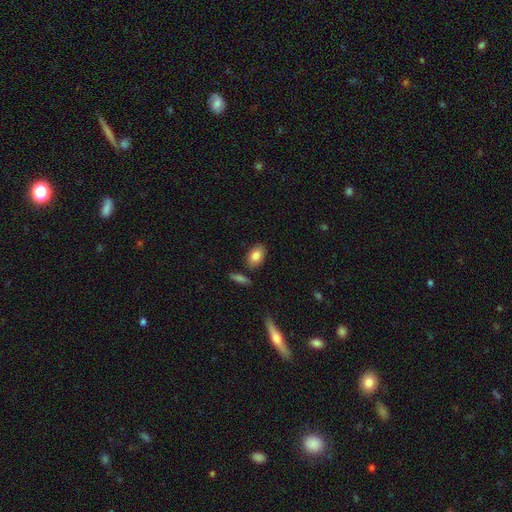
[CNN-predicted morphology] Smooth or featured? smooth (84%)
How rounded? in between (87%)
Merging? none (82%)